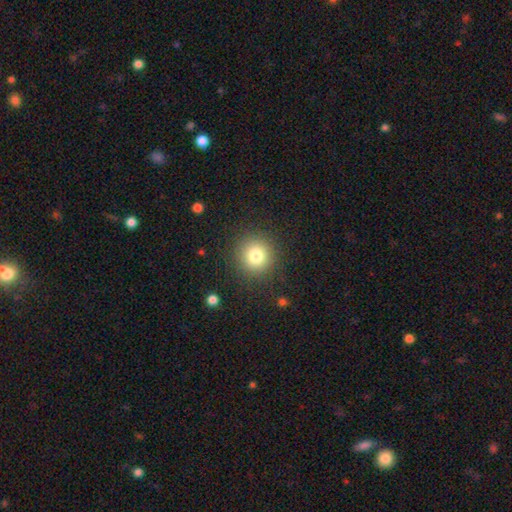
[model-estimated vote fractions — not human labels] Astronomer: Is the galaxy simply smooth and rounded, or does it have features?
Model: smooth — 79%.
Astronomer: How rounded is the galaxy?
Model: round — 93%.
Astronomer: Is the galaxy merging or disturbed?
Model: none — 89%.